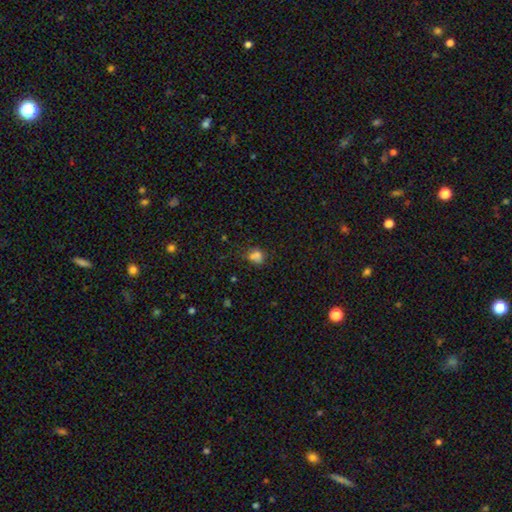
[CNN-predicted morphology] smooth-or-featured: smooth: 77% | star or artifact: 15% | featured or disk: 8%
  how-rounded: round: 55% | in between: 44% | cigar-shaped: 1%
  merging: none: 54% | minor disturbance: 27% | major disturbance: 11% | merger: 9%